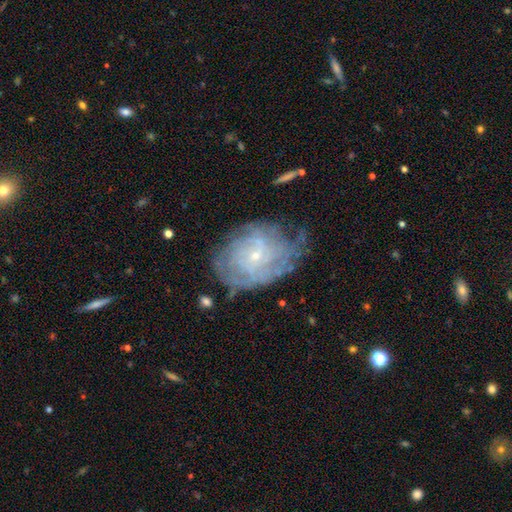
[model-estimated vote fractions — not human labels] A featured or disk galaxy (74%) with no bar (68%), tight (66%) spiral arms (84%) and a small central bulge (84%). Merging: none (58%).